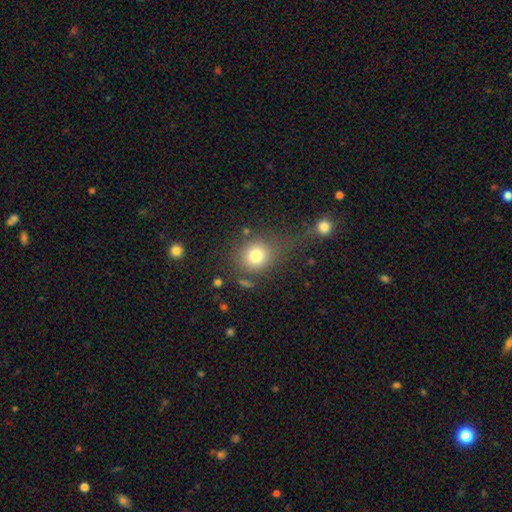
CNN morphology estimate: The model was most divided on "merging": none: 62%, minor disturbance: 14%, major disturbance: 12%, merger: 12%. More confident: how rounded — round (84%); smooth or featured — smooth (79%).